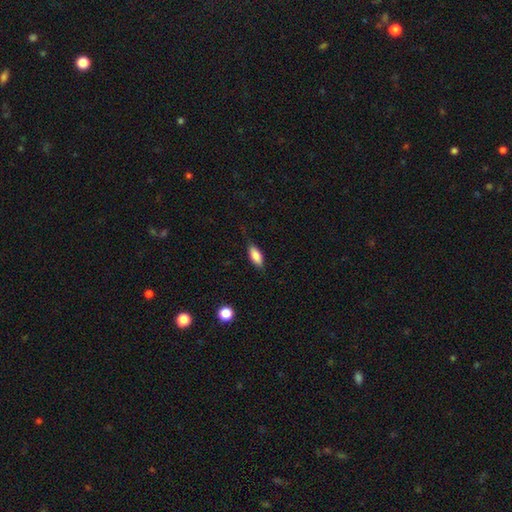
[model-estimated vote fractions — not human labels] smooth-or-featured: smooth: 80% | featured or disk: 12% | star or artifact: 7%
  how-rounded: in between: 83% | cigar-shaped: 14% | round: 3%
  merging: none: 74% | minor disturbance: 20% | major disturbance: 5% | merger: 1%